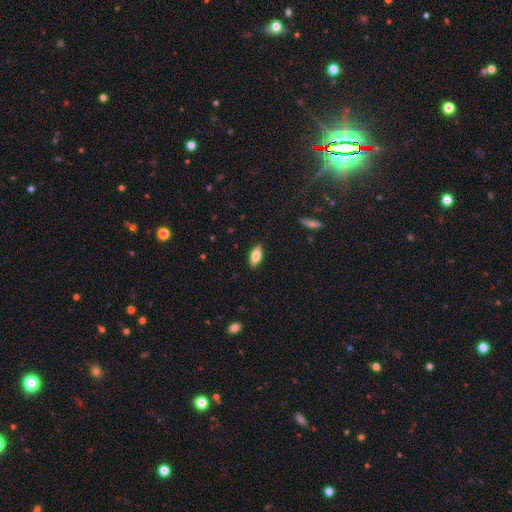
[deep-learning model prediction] The model was most divided on "smooth or featured": smooth: 75%, featured or disk: 18%, star or artifact: 7%. More confident: merging — none (89%); how rounded — in between (82%).